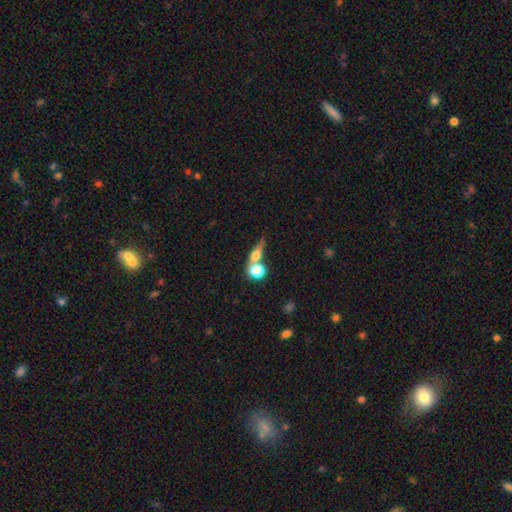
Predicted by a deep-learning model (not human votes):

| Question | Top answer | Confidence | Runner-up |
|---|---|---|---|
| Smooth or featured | smooth | 54% | featured or disk (33%) |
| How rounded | round | 43% | in between (32%) |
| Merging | none | 42% | merger (39%) |